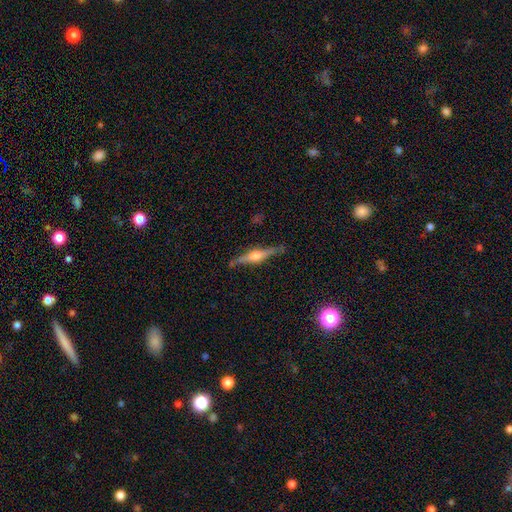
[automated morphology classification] A featured or disk galaxy (73%) viewed edge-on (97%) with a rounded central bulge (91%).

Vote fractions:
- Smooth or featured? featured or disk: 73% / smooth: 21% / star or artifact: 6%
- Edge-on disk? yes: 97% / no: 3%
- Edge-on bulge? rounded: 91% / boxy: 7% / none: 3%
- Merging? none: 83% / minor disturbance: 12% / major disturbance: 3% / merger: 2%